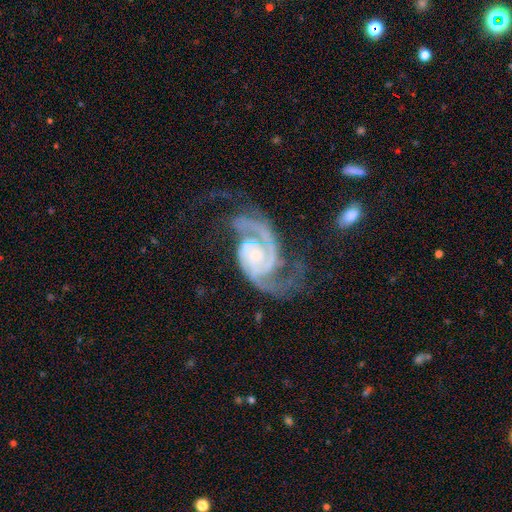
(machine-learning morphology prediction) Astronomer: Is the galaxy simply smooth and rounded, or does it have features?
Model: featured or disk — 93%.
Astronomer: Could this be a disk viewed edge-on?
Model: no — 98%.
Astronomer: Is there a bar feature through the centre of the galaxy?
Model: no — 61%.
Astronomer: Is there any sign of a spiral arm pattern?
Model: yes — 98%.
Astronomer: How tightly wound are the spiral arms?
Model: medium — 51% (runner-up: tight, 35%).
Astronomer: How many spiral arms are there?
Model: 2 — 86%.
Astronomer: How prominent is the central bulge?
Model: small — 57%.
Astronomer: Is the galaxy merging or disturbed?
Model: none — 51%.